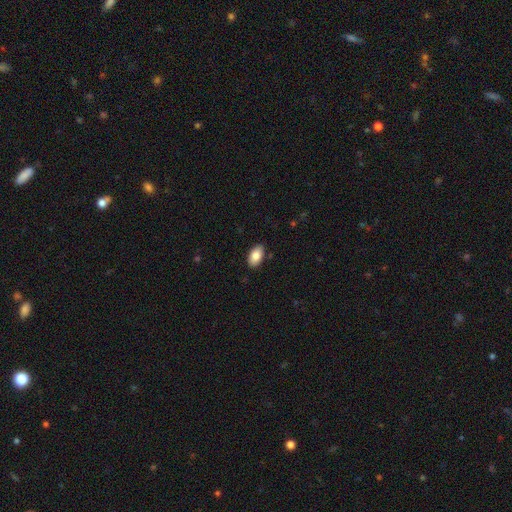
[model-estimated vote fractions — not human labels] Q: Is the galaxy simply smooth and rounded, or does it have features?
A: smooth — 84%.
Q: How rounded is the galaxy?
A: in between — 94%.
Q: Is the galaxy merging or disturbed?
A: none — 87%.